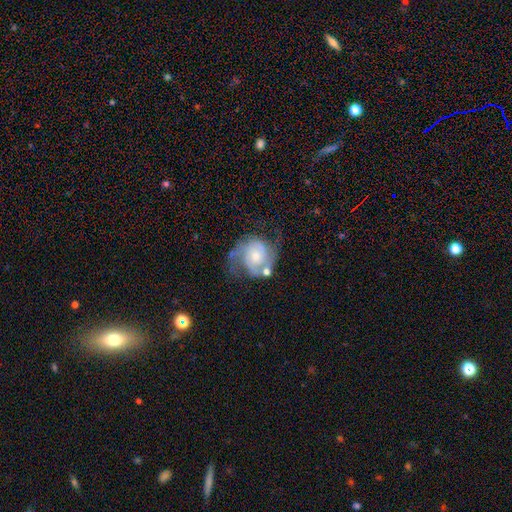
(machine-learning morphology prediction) Smooth or featured: featured or disk — 82% (smooth — 12%)
Edge-on disk: no — 98% (yes — 2%)
Bar: no — 69% (weak — 27%)
Spiral arms: yes — 95% (no — 5%)
Spiral winding: medium — 48% (tight — 32%)
Spiral arm count: 2 — 81% (can't tell — 7%)
Bulge size: small — 50% (moderate — 41%)
Merging: none — 52% (minor disturbance — 22%)